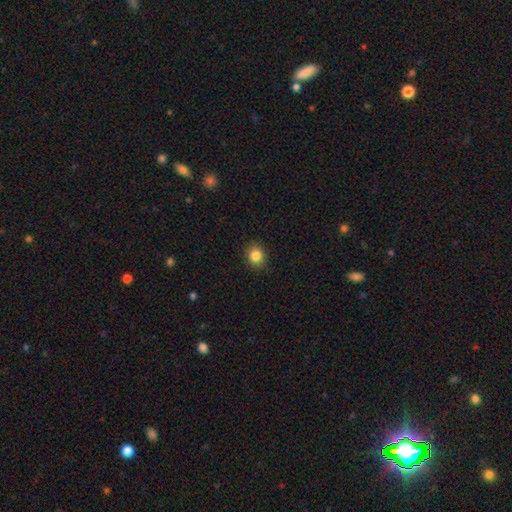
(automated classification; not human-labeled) smooth 85%, star or artifact 10%, featured or disk 5%. Down the decision tree: how rounded — round (71%); merging — none (89%).